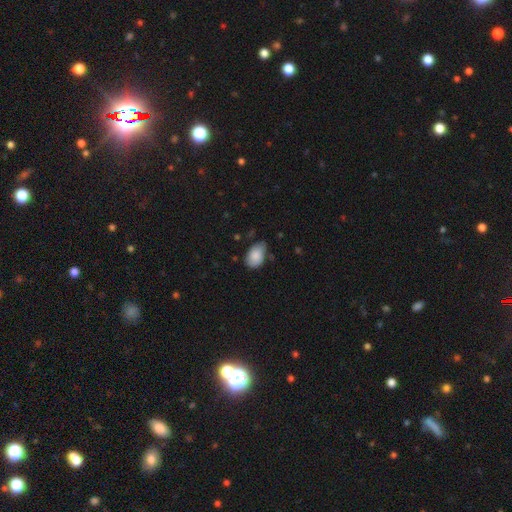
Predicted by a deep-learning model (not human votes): Smooth or featured? Predicted: smooth (p=0.84). How rounded? Predicted: in between (p=0.86). Merging? Predicted: none (p=0.53).